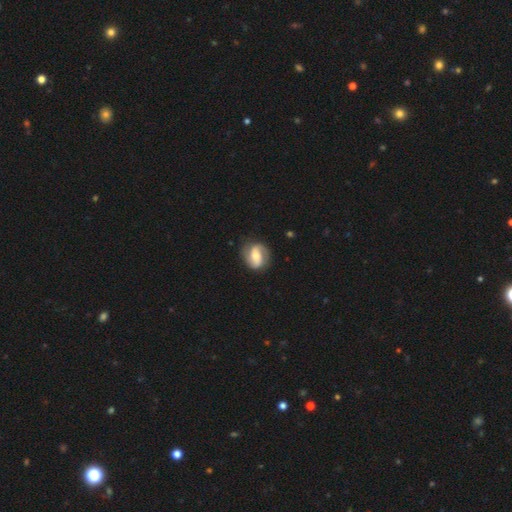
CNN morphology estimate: Smooth or featured?
  - featured or disk: 74% *
  - smooth: 20%
  - star or artifact: 6%
Edge-on disk?
  - no: 97% *
  - yes: 3%
Bar?
  - weak: 39% *
  - no: 31%
  - strong: 30%
Spiral arms?
  - yes: 91% *
  - no: 9%
Spiral winding?
  - medium: 43% *
  - loose: 30%
  - tight: 27%
Spiral arm count?
  - 2: 89% *
  - can't tell: 5%
  - 1: 3%
  - 3: 1%
  - 4: 1%
  - more than 4: 1%
Bulge size?
  - moderate: 67% *
  - small: 24%
  - large: 7%
  - none: 1%
  - dominant: 1%
Merging?
  - none: 82% *
  - minor disturbance: 12%
  - major disturbance: 4%
  - merger: 1%